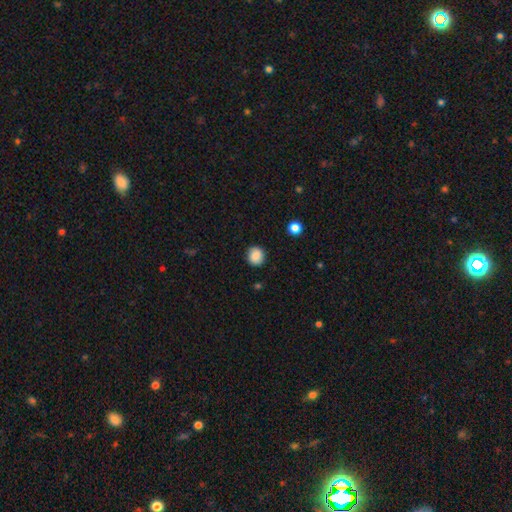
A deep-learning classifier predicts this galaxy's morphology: Smooth or featured: smooth — 85% (star or artifact — 9%)
How rounded: round — 87% (in between — 12%)
Merging: none — 88% (minor disturbance — 8%)